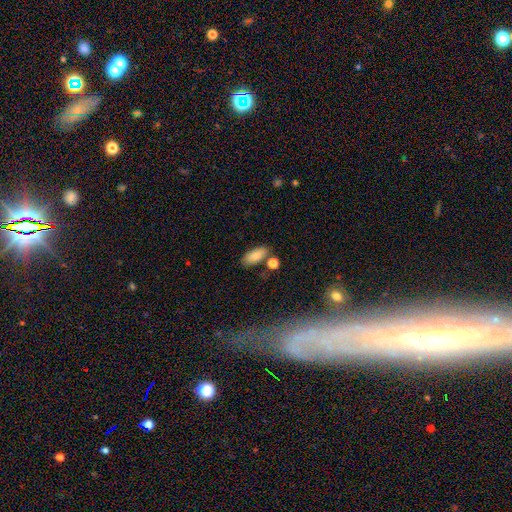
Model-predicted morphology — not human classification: A smooth galaxy with no disk features (85%) that is in between round and cigar-shaped (86%).

Vote fractions:
- Smooth or featured? smooth: 85% / featured or disk: 8% / star or artifact: 8%
- How rounded? in between: 86% / cigar-shaped: 10% / round: 3%
- Merging? none: 73% / minor disturbance: 13% / merger: 10% / major disturbance: 4%